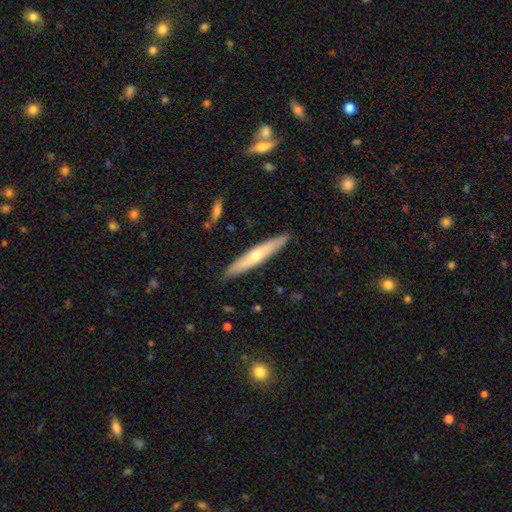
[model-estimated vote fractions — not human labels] smooth-or-featured: smooth: 48% | featured or disk: 46% | star or artifact: 6%
  merging: none: 89% | minor disturbance: 8% | major disturbance: 2% | merger: 1%